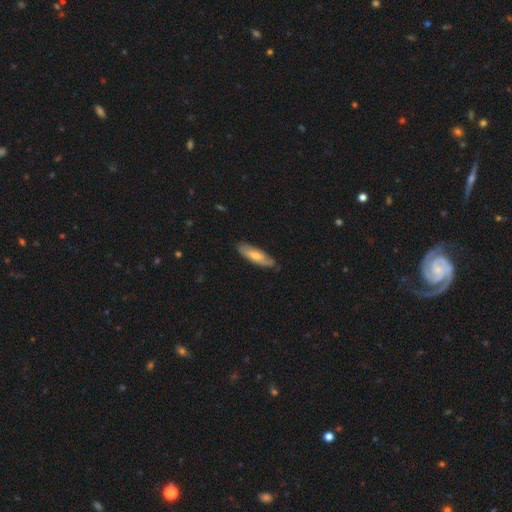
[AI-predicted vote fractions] Smooth or featured? smooth (57%)
How rounded? cigar-shaped (51%)
Merging? none (77%)